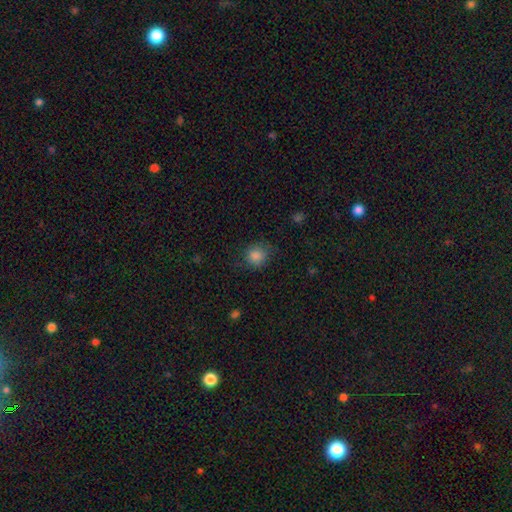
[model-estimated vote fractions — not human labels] A smooth galaxy with no disk features (85%) that is round (86%). Merging: none (78%).